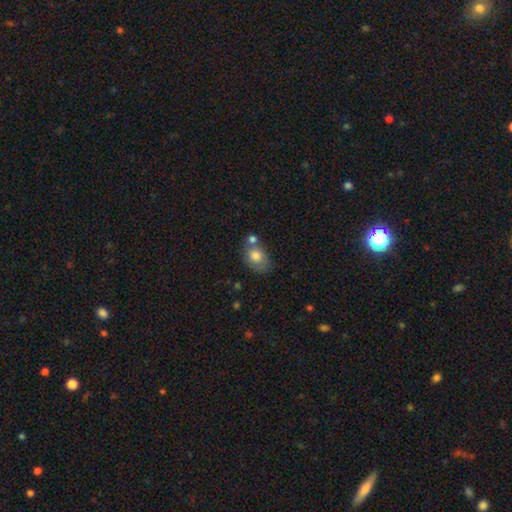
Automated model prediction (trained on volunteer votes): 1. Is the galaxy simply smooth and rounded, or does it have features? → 73% smooth, 19% featured or disk, 8% star or artifact.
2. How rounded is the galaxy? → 71% in between, 28% round, 1% cigar-shaped.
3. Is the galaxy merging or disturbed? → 45% none, 27% merger, 21% minor disturbance, 8% major disturbance.